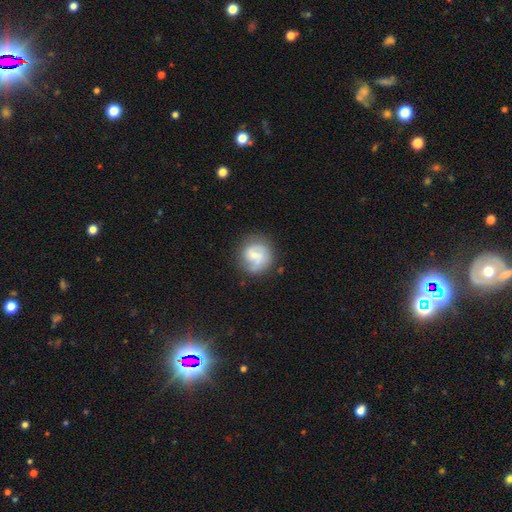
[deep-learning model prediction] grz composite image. It shows a featured or disk galaxy (59%) with a weak bar (50%), spiral arms (84%) and a small central bulge (52%). Merging: none (71%).